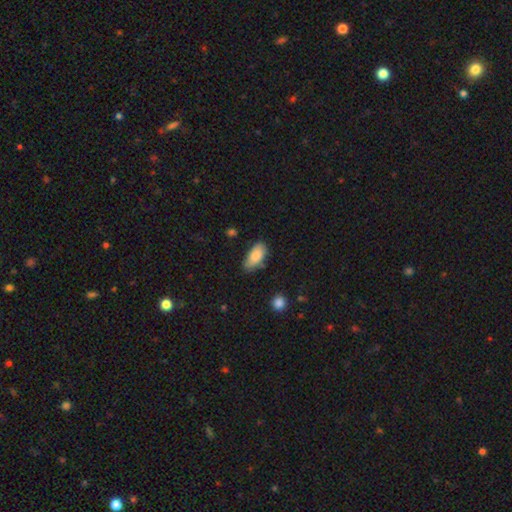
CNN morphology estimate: A smooth galaxy with no disk features (84%) that is in between round and cigar-shaped (92%). Merging: none (61%).